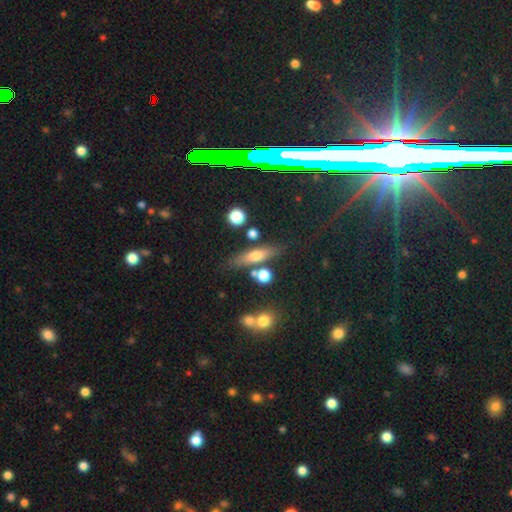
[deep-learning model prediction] A smooth galaxy with no disk features (60%) that is cigar-shaped (59%). Merging: none (73%).